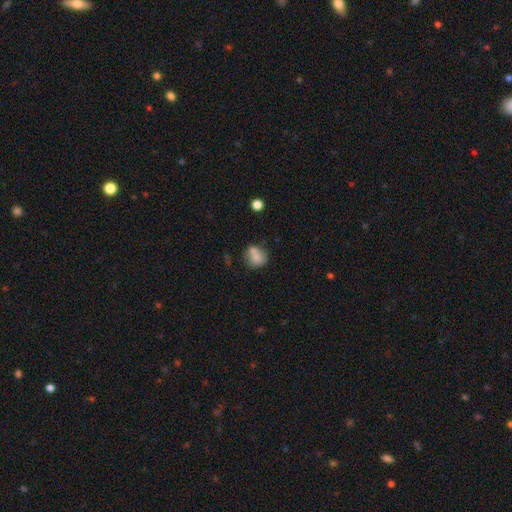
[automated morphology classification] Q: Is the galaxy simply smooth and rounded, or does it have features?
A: smooth — 77%.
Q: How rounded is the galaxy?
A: round — 75%.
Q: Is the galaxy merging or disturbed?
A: none — 50%.